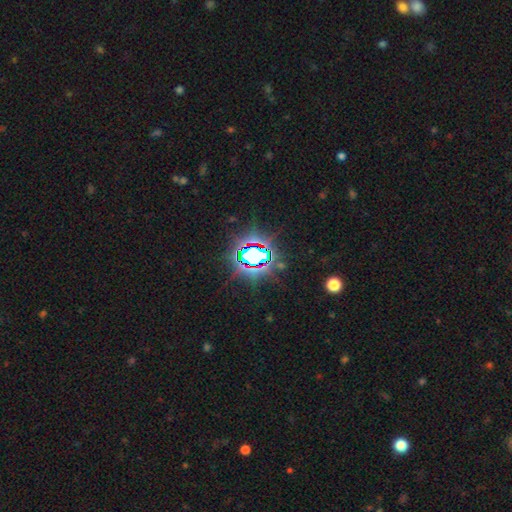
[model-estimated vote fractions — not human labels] This appears to be a star or artifact, not a galaxy (79%).